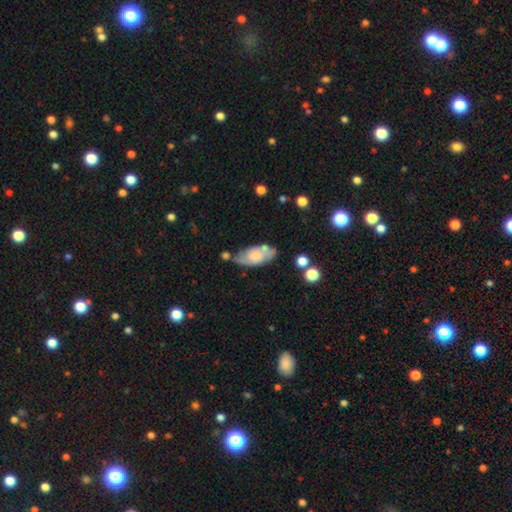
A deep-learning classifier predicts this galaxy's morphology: The model was most divided on "smooth or featured": smooth: 50%, featured or disk: 44%, star or artifact: 6%. More confident: how rounded — in between (88%); merging — none (58%).